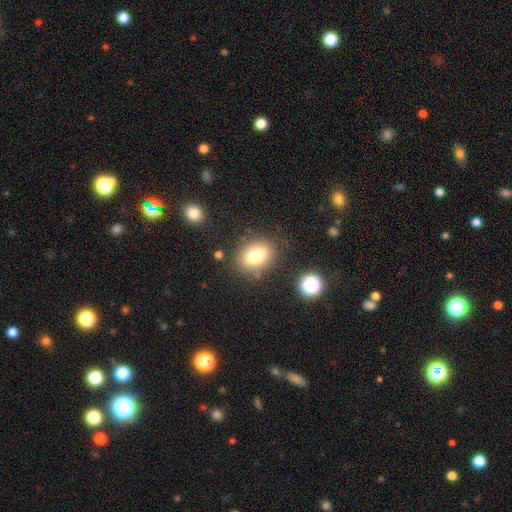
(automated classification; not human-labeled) A smooth galaxy with no disk features (76%) that is in between round and cigar-shaped (69%). Merging: none (79%).